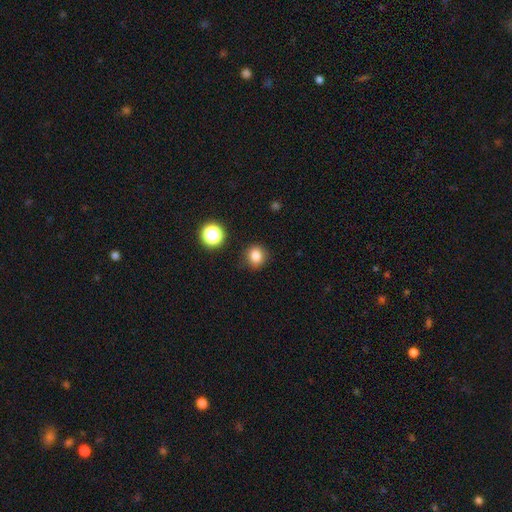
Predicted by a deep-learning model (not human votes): Smooth or featured?
  - smooth: 82% *
  - star or artifact: 13%
  - featured or disk: 5%
How rounded?
  - round: 82% *
  - in between: 17%
  - cigar-shaped: 1%
Merging?
  - none: 86% *
  - minor disturbance: 9%
  - major disturbance: 3%
  - merger: 2%